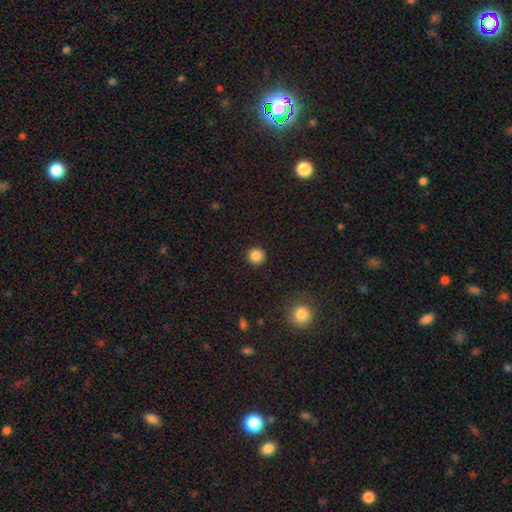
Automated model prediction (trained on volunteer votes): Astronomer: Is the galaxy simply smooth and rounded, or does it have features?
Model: smooth — 85%.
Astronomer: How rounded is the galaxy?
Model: round — 95%.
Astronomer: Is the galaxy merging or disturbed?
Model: none — 92%.